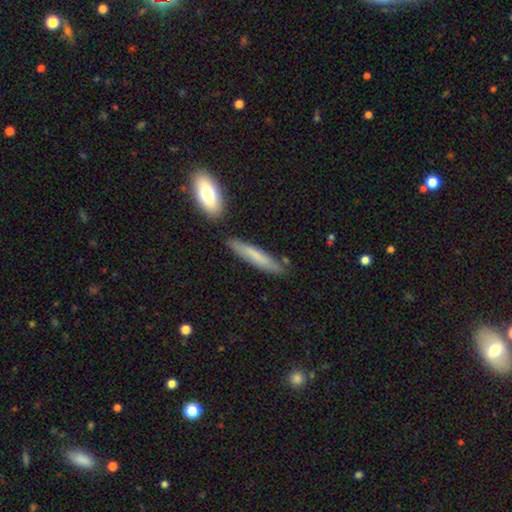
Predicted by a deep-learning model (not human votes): Overall: smooth (70%). How rounded: cigar-shaped (90%). Merging: none (82%).